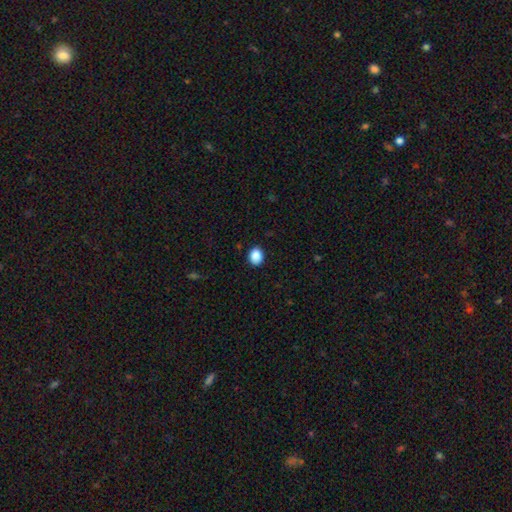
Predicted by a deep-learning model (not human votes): This appears to be a smooth galaxy with no disk features (89%) that is in between round and cigar-shaped (52%). Merging: none (88%).